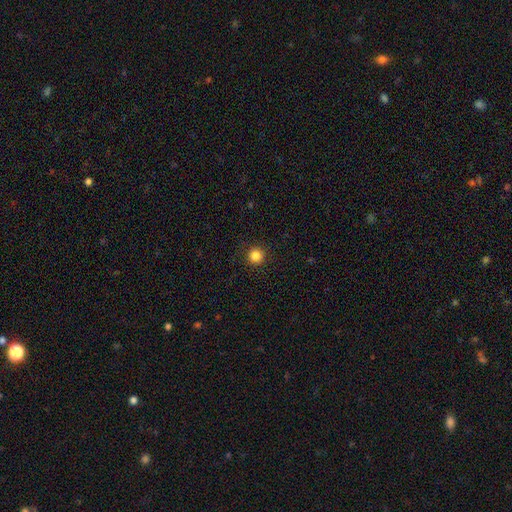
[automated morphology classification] Q: Smooth or featured?
A: smooth (85%); runner-up: star or artifact (12%)
Q: How rounded?
A: round (96%); runner-up: in between (3%)
Q: Merging?
A: none (93%); runner-up: minor disturbance (5%)